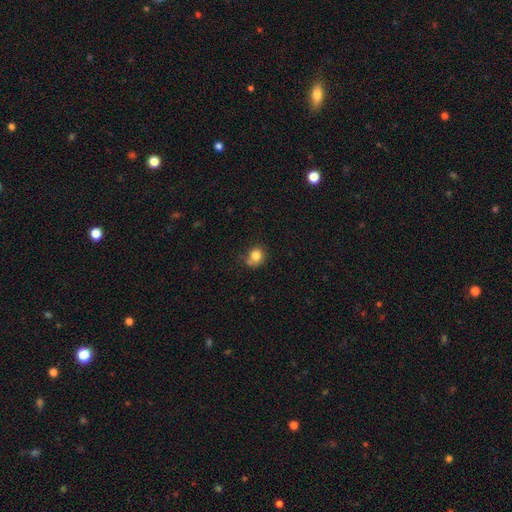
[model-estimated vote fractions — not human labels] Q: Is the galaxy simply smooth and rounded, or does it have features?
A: smooth — 81%.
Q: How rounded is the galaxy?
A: round — 73%.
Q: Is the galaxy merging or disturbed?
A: none — 60%.